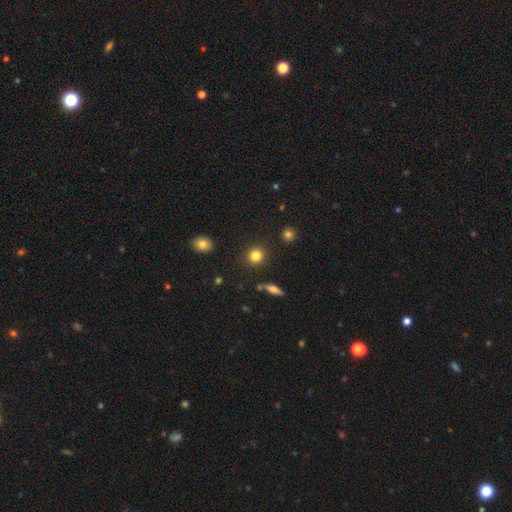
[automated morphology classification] smooth_or_featured: smooth (p=0.83) [alt: star or artifact p=0.10]
how_rounded: round (p=0.91) [alt: in between p=0.08]
merging: none (p=0.90) [alt: minor disturbance p=0.06]